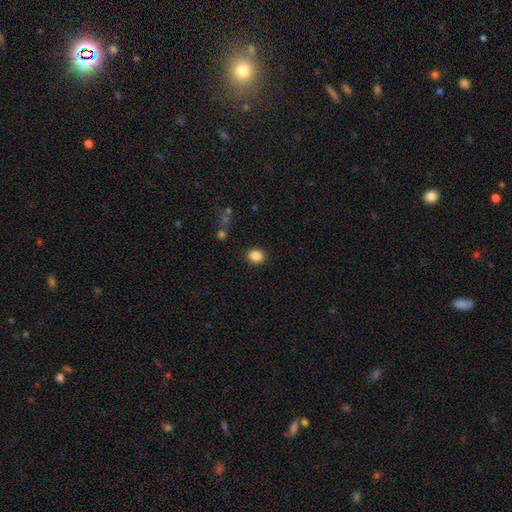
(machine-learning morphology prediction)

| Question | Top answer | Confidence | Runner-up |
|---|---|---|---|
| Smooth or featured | smooth | 87% | star or artifact (9%) |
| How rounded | round | 59% | in between (40%) |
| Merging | none | 87% | minor disturbance (8%) |